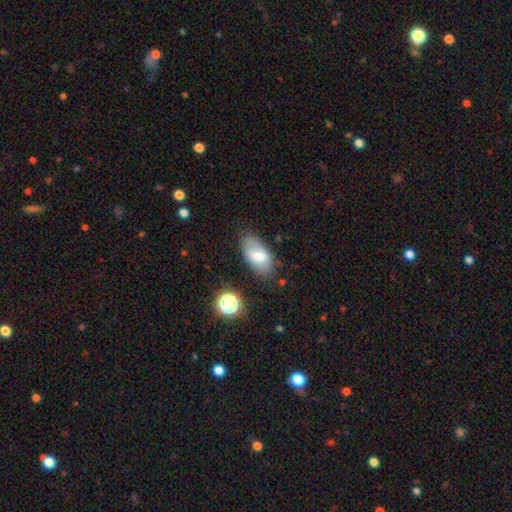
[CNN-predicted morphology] This is likely a smooth galaxy (67%). How rounded: clearly in between (92%). Merging: likely none (72%).